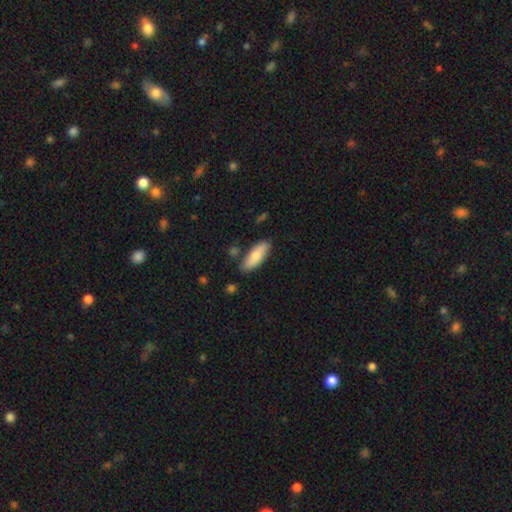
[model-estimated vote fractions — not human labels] smooth_or_featured: smooth (p=0.78) [alt: featured or disk p=0.17]
how_rounded: in between (p=0.63) [alt: cigar-shaped p=0.35]
merging: none (p=0.82) [alt: minor disturbance p=0.12]